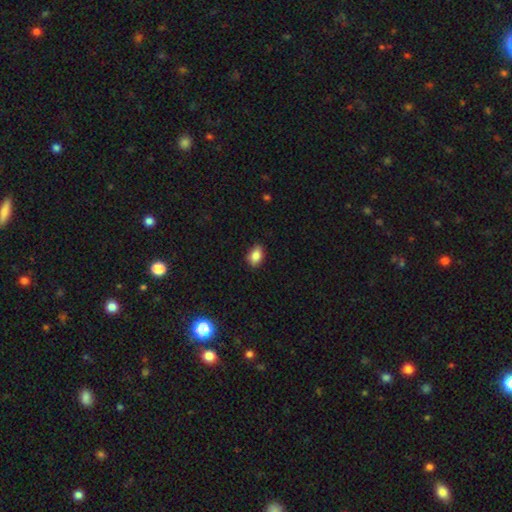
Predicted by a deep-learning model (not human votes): This appears to be a smooth galaxy with no disk features (86%) that is in between round and cigar-shaped (83%). Merging: none (84%).